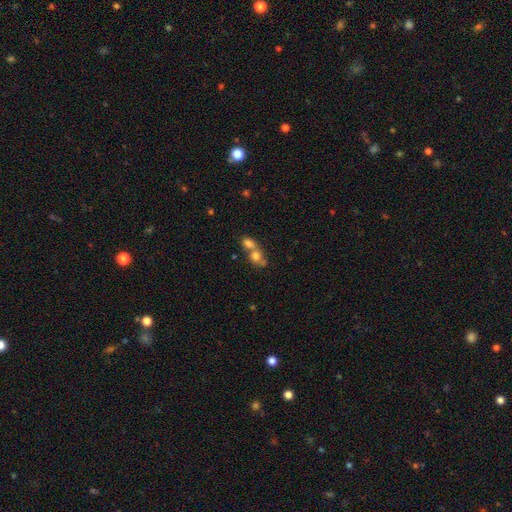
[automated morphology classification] This appears to be a smooth galaxy with no disk features (73%) that is round (58%). Merging: merger (69%).